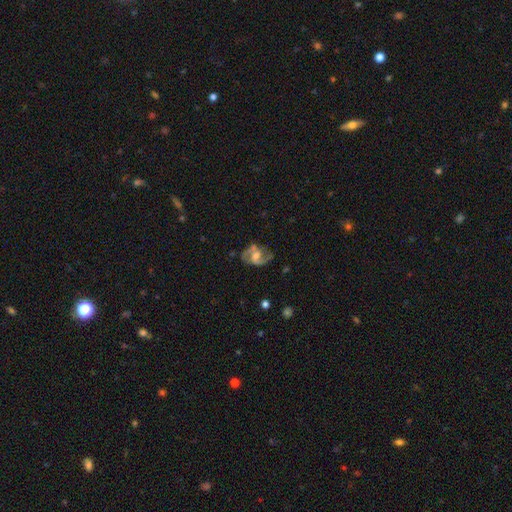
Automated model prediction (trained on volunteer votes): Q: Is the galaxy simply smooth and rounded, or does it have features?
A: featured or disk — 86%.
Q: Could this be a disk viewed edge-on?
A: no — 97%.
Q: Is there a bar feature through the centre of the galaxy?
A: weak — 50%.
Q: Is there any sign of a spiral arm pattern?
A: yes — 95%.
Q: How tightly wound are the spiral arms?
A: medium — 53%.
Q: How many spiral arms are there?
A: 2 — 91%.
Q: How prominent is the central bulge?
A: moderate — 55%.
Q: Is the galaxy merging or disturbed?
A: none — 72%.